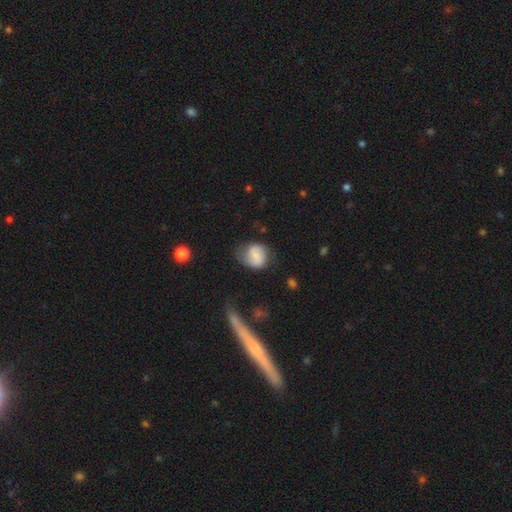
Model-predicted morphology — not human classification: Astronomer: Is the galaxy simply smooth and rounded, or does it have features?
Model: smooth — 53% (runner-up: featured or disk, 39%).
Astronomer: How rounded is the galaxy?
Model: round — 68%.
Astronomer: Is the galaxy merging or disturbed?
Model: none — 57%.